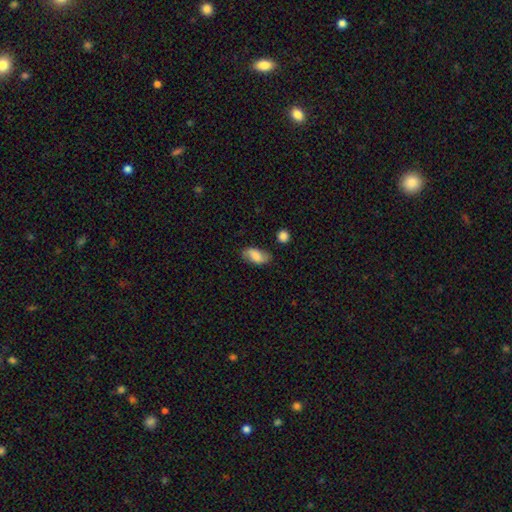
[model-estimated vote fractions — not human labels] Smooth or featured? smooth (72%)
How rounded? in between (91%)
Merging? none (75%)